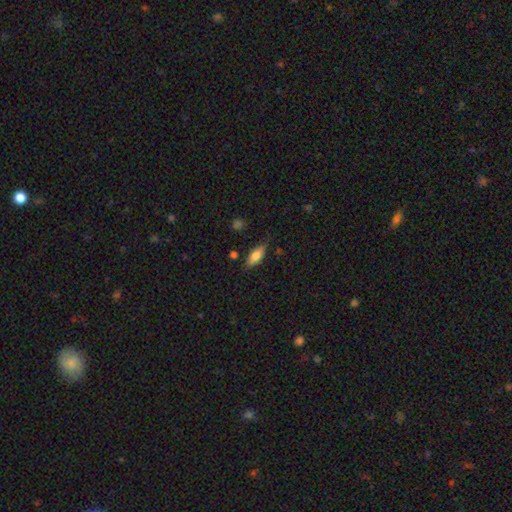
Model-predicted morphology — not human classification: type=smooth (74%); roundness=in between (67%); merging=none (75%).